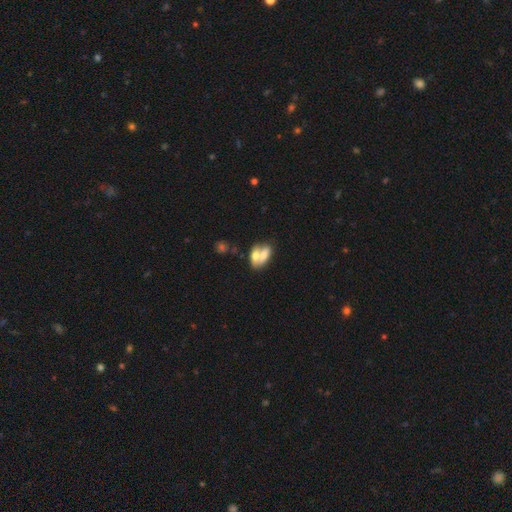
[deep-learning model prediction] This appears to be a smooth galaxy with no disk features (63%) that is in between round and cigar-shaped (83%). Merging: merger (67%).